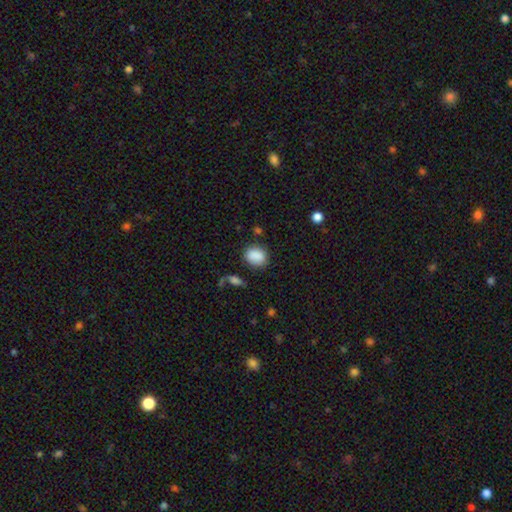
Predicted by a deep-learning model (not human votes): This is clearly a smooth galaxy (87%). How rounded: possibly in between (50%). Merging: likely none (76%).